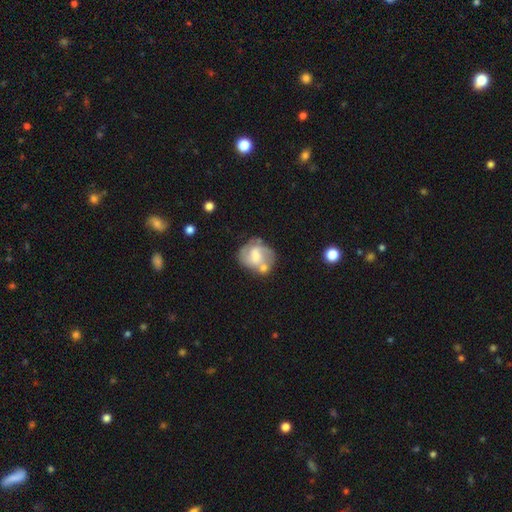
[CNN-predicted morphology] featured or disk 58%, smooth 35%, star or artifact 7%. Down the decision tree: edge-on disk — no (97%); bar — weak (46%); spiral arms — yes (73%); bulge size — moderate (46%); merging — none (44%).